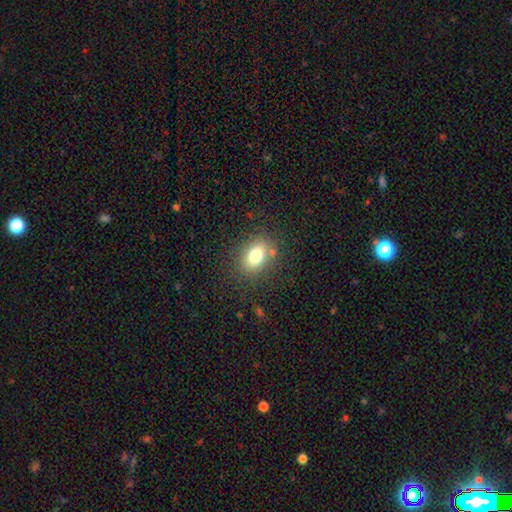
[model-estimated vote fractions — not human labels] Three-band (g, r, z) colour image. It shows a smooth galaxy with no disk features (78%) that is in between round and cigar-shaped (77%). Merging: none (80%).